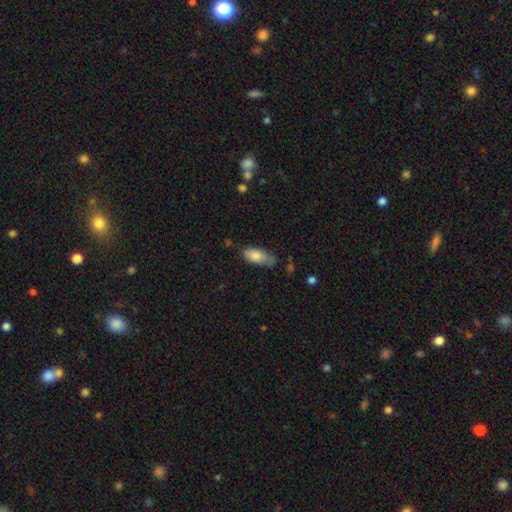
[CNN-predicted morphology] smooth-or-featured: smooth: 82% | featured or disk: 12% | star or artifact: 7%
  how-rounded: in between: 88% | cigar-shaped: 10% | round: 3%
  merging: none: 52% | minor disturbance: 35% | major disturbance: 10% | merger: 4%